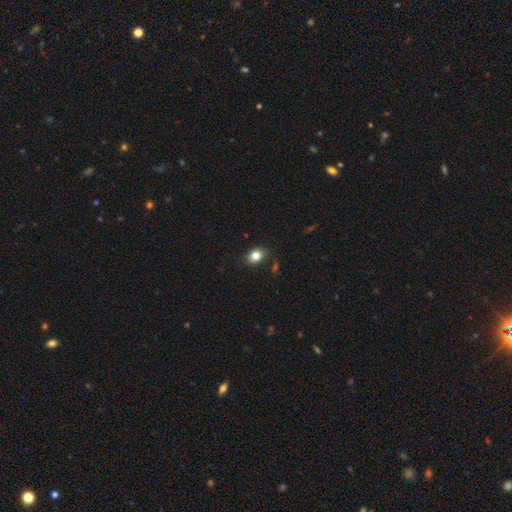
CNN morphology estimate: Smooth or featured? smooth (82%)
How rounded? in between (56%)
Merging? none (84%)